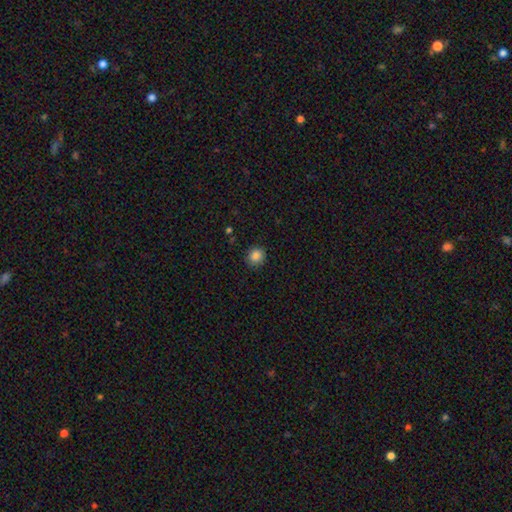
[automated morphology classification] A smooth galaxy with no disk features (85%) that is round (85%). Merging: none (88%).